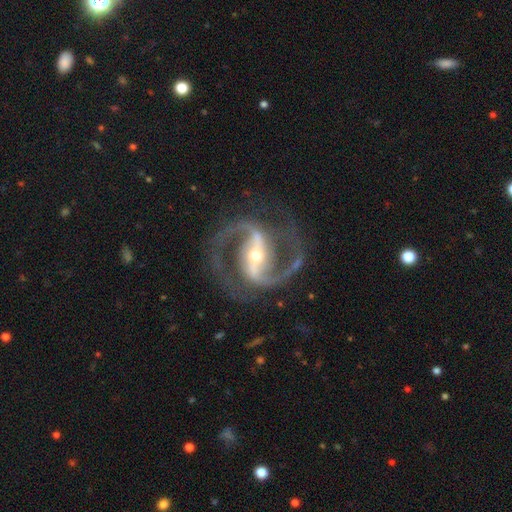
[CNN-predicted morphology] A featured or disk galaxy (94%) with a strong bar (67%), 2 (94%) medium (69%) spiral arms (99%) and a moderate central bulge (51%).

Vote fractions:
- Smooth or featured? featured or disk: 94% / star or artifact: 4% / smooth: 2%
- Edge-on disk? no: 98% / yes: 2%
- Bar? strong: 67% / weak: 23% / no: 10%
- Spiral arms? yes: 99% / no: 1%
- Spiral winding? medium: 69% / loose: 17% / tight: 14%
- Spiral arm count? 2: 94% / 3: 1% / can't tell: 1% / 1: 1% / 4: 1% / more than 4: 1%
- Bulge size? moderate: 51% / small: 44% / large: 4% / none: 1% / dominant: 1%
- Merging? none: 82% / minor disturbance: 11% / major disturbance: 6% / merger: 1%